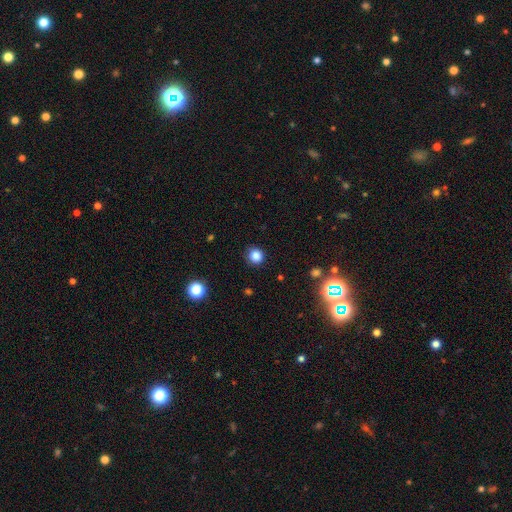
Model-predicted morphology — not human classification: Smooth or featured? smooth (84%)
How rounded? round (91%)
Merging? none (90%)